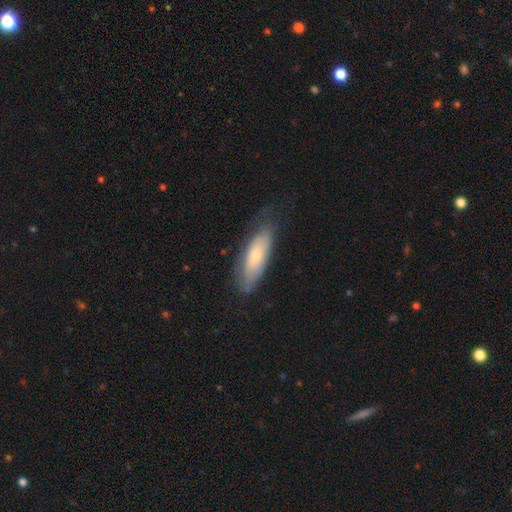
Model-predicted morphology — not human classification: This is likely a smooth galaxy (64%). How rounded: likely in between (60%). Merging: likely none (65%).